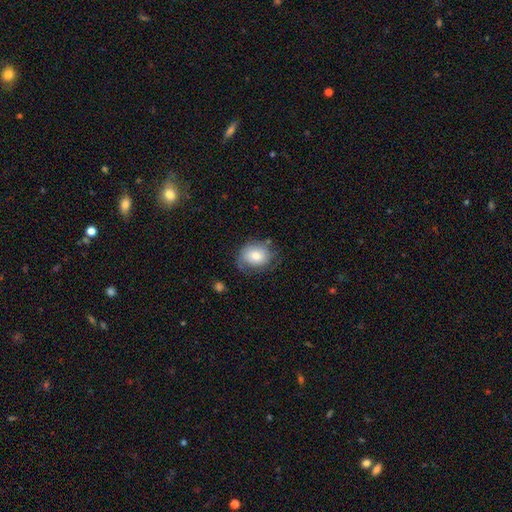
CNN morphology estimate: Smooth or featured? Predicted: smooth (p=0.68). How rounded? Predicted: in between (p=0.50). Merging? Predicted: none (p=0.59).